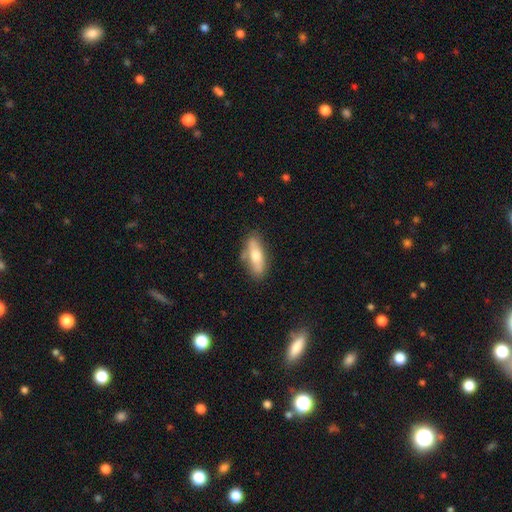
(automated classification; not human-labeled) The model was most divided on "how rounded": in between: 56%, cigar-shaped: 42%, round: 3%. More confident: merging — none (76%); smooth or featured — smooth (64%).